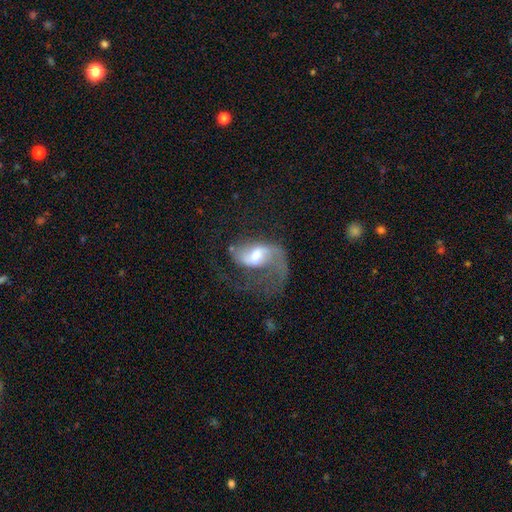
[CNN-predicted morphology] This is likely a featured or disk galaxy (76%). It is clearly not viewed edge-on (96%). Bar: possibly weak (51%). Spiral arm pattern: clearly yes (90%). Spiral arm count: possibly 1 (47%). Spiral winding: likely loose (67%). Central bulge: likely moderate (61%). Merging: possibly major disturbance (49%).